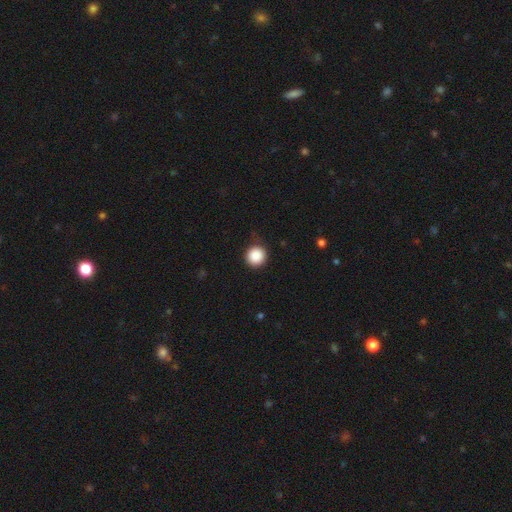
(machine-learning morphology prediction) Smooth or featured? Predicted: smooth (p=0.88). How rounded? Predicted: round (p=0.96). Merging? Predicted: none (p=0.88).